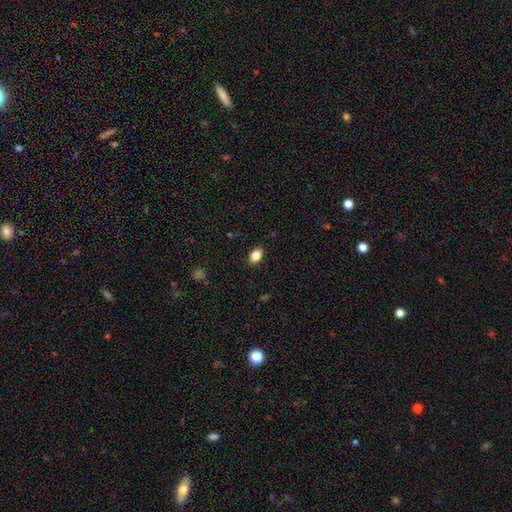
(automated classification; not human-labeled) A smooth galaxy with no disk features (85%) that is in between round and cigar-shaped (81%). Merging: none (87%).